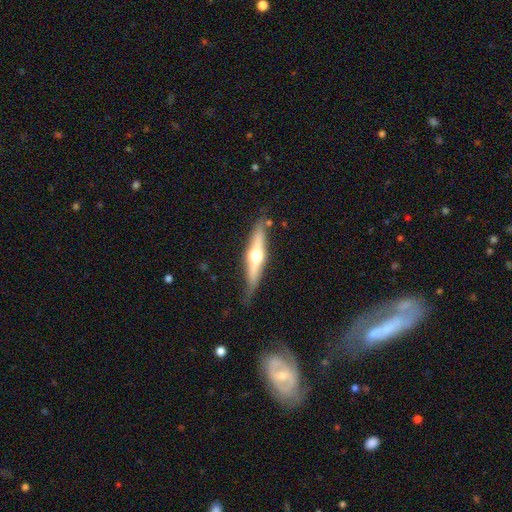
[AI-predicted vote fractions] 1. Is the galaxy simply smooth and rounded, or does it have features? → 66% featured or disk, 29% smooth, 5% star or artifact.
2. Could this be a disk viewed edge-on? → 95% yes, 5% no.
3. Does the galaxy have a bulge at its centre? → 95% rounded, 3% boxy, 2% none.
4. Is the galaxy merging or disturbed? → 80% none, 15% minor disturbance, 3% major disturbance, 2% merger.